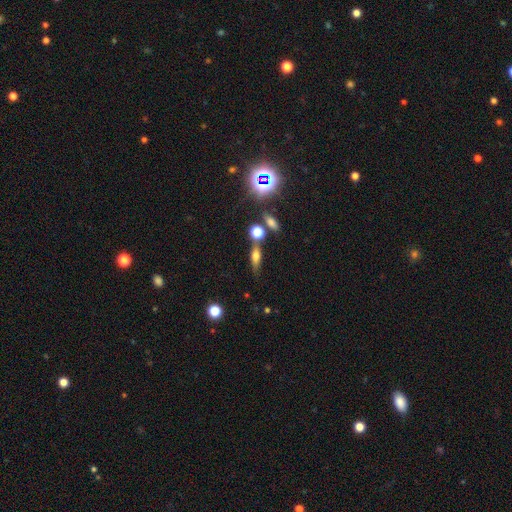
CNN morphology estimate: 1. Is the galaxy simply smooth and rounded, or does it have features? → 53% smooth, 29% featured or disk, 18% star or artifact.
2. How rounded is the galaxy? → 48% in between, 40% cigar-shaped, 11% round.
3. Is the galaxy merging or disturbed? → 62% none, 17% merger, 15% minor disturbance, 6% major disturbance.